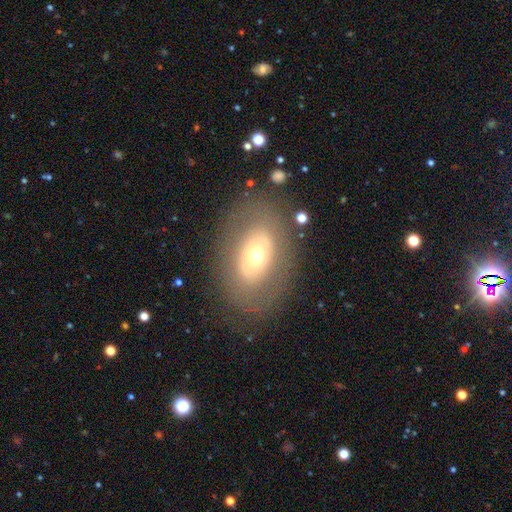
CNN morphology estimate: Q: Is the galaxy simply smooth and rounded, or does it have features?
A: smooth — 51%.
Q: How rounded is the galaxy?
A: in between — 74%.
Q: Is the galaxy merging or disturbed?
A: none — 78%.